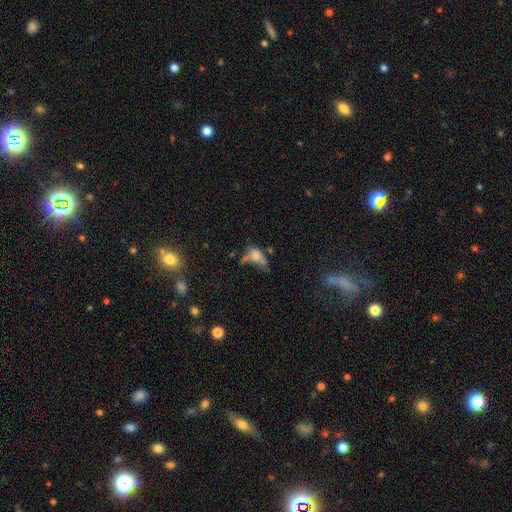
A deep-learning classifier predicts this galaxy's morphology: The model was most divided on "merging": major disturbance: 30%, merger: 27%, none: 24%, minor disturbance: 19%. More confident: how rounded — in between (75%); smooth or featured — smooth (55%).